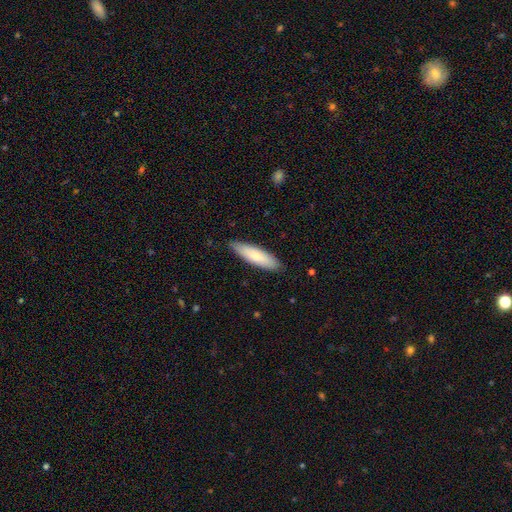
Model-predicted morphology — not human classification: smooth_or_featured: smooth (p=0.79) [alt: featured or disk p=0.16]
how_rounded: cigar-shaped (p=0.67) [alt: in between p=0.32]
merging: none (p=0.86) [alt: minor disturbance p=0.12]